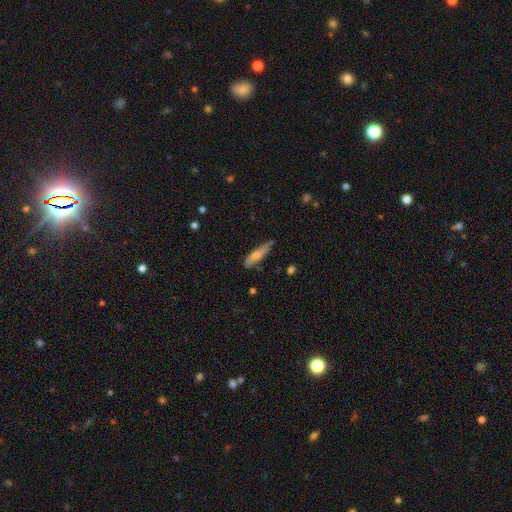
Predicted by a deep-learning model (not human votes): Smooth or featured? Predicted: smooth (p=0.62). How rounded? Predicted: cigar-shaped (p=0.74). Merging? Predicted: none (p=0.73).